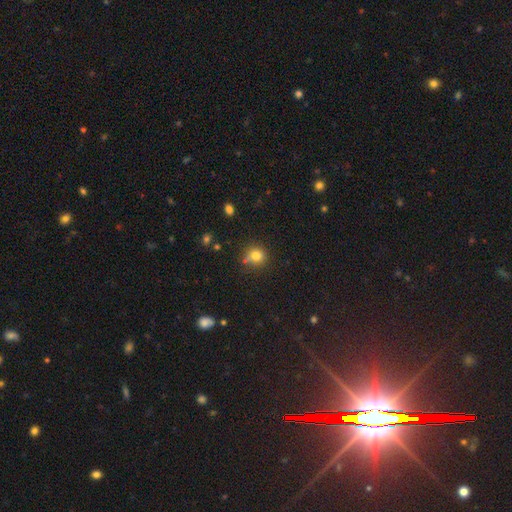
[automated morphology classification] smooth-or-featured: smooth: 79% | star or artifact: 13% | featured or disk: 8%
  how-rounded: round: 83% | in between: 16% | cigar-shaped: 1%
  merging: none: 67% | minor disturbance: 18% | merger: 10% | major disturbance: 5%